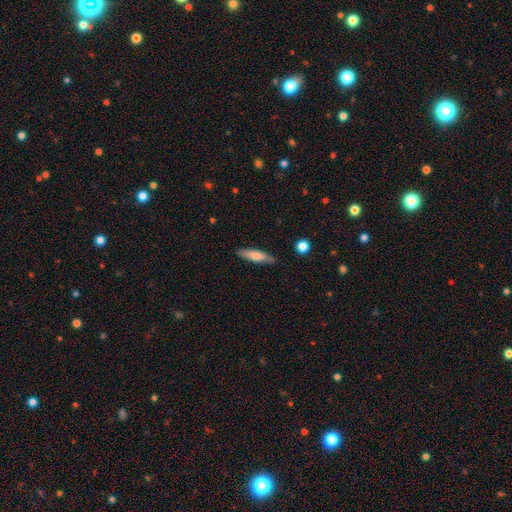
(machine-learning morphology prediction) The model was most divided on "how rounded": cigar-shaped: 69%, in between: 29%, round: 2%. More confident: merging — none (85%); smooth or featured — smooth (73%).